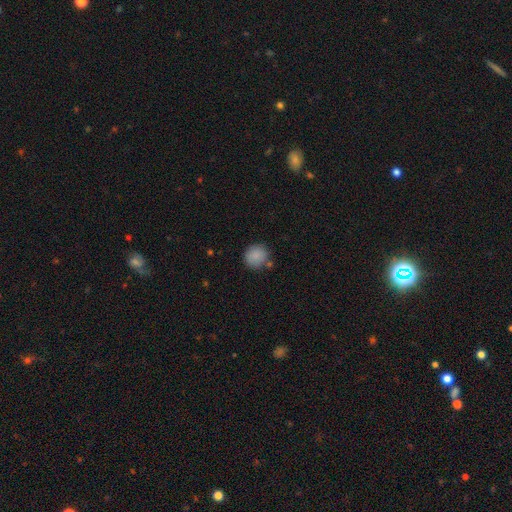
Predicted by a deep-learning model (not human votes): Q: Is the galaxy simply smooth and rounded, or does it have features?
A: smooth — 87%.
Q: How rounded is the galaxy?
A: round — 90%.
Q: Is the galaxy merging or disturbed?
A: none — 78%.